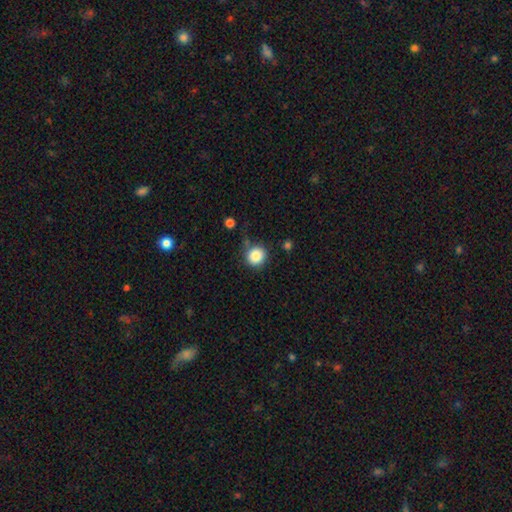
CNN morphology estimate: Smooth or featured?
  - smooth: 85% *
  - star or artifact: 10%
  - featured or disk: 5%
How rounded?
  - round: 87% *
  - in between: 12%
  - cigar-shaped: 1%
Merging?
  - none: 71% *
  - minor disturbance: 18%
  - major disturbance: 6%
  - merger: 5%